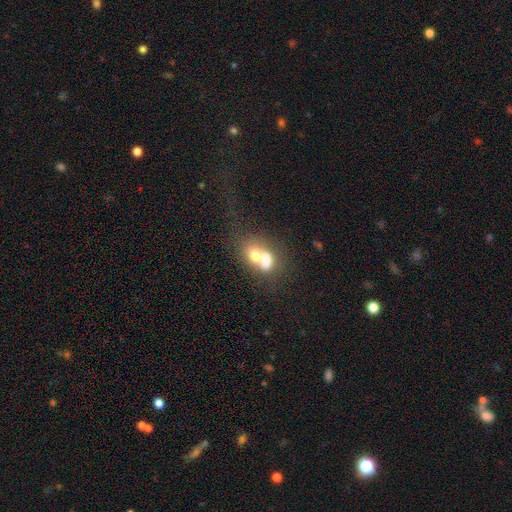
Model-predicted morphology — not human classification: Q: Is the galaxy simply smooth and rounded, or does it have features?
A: smooth — 61%.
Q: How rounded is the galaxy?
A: in between — 51%.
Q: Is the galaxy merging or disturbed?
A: merger — 69%.